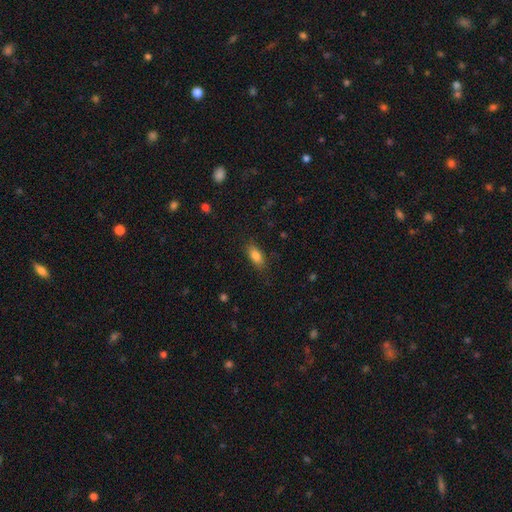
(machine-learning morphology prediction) Smooth or featured? smooth (84%)
How rounded? in between (85%)
Merging? none (83%)